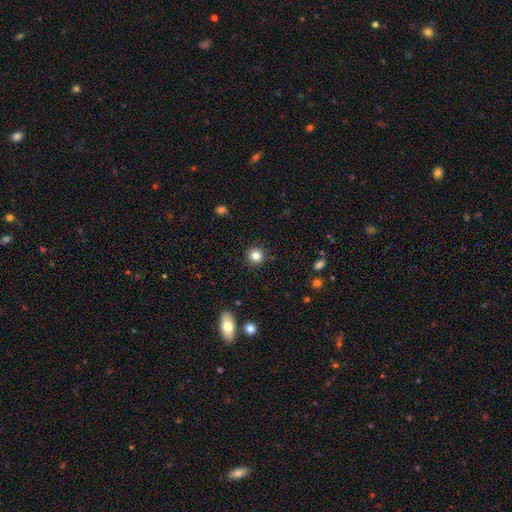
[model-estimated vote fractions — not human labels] Q: Smooth or featured?
A: smooth (83%); runner-up: star or artifact (11%)
Q: How rounded?
A: round (93%); runner-up: in between (6%)
Q: Merging?
A: none (92%); runner-up: minor disturbance (6%)